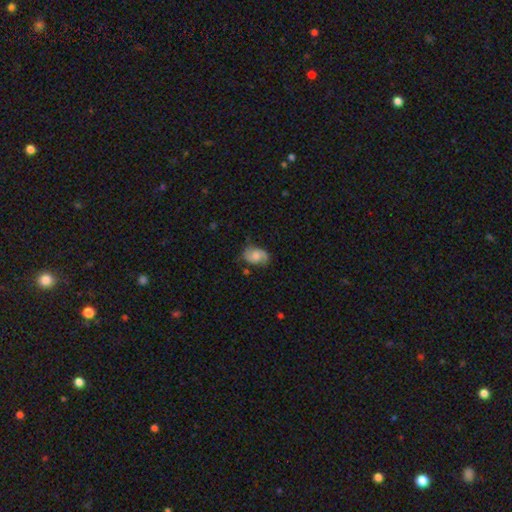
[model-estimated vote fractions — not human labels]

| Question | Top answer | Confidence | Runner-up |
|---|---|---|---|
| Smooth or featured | featured or disk | 49% | smooth (43%) |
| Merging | none | 63% | minor disturbance (26%) |